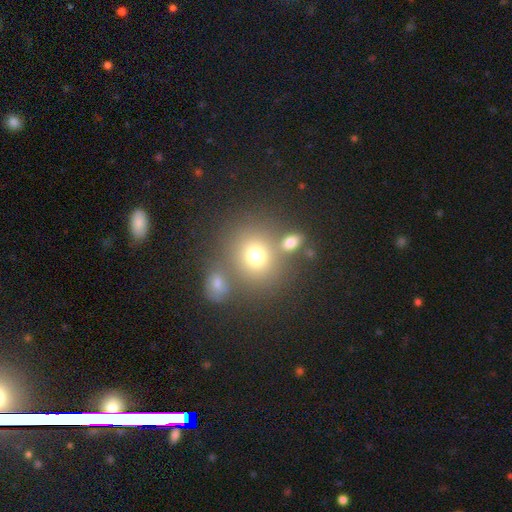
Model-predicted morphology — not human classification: Overall: smooth (72%). How rounded: round (77%). Merging: none (61%; merger 23%).